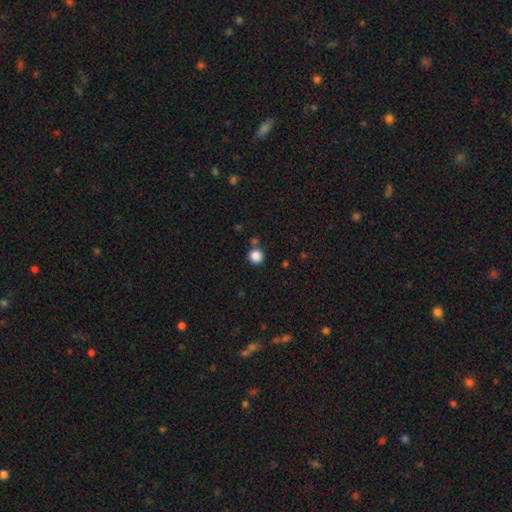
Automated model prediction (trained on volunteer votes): Morphology: type=smooth (86%); roundness=round (95%); merging=none (83%).